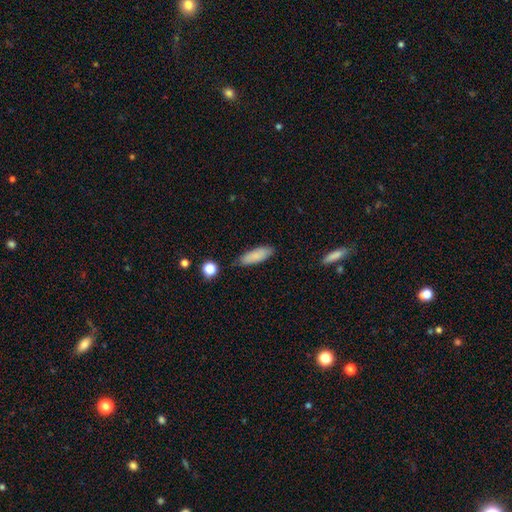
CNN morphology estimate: A smooth galaxy with no disk features (84%) that is in between round and cigar-shaped (58%).

Vote fractions:
- Smooth or featured? smooth: 84% / featured or disk: 9% / star or artifact: 7%
- How rounded? in between: 58% / cigar-shaped: 40% / round: 2%
- Merging? none: 80% / minor disturbance: 15% / major disturbance: 3% / merger: 2%